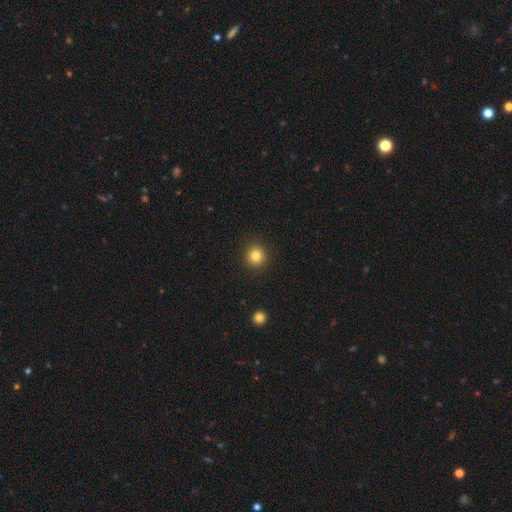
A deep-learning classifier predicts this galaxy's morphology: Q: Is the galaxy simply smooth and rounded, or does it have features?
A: smooth — 82%.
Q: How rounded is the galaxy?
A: round — 93%.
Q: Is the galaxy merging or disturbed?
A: none — 92%.